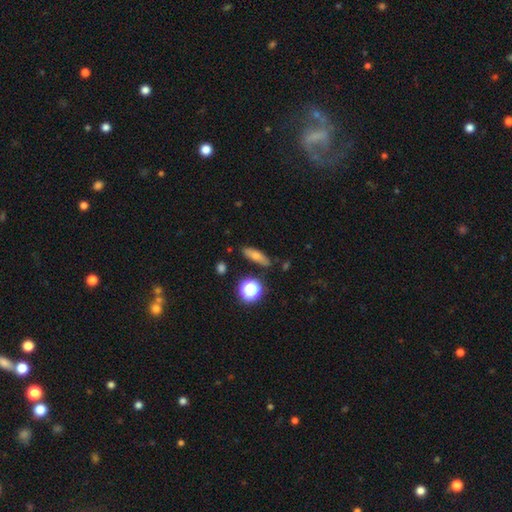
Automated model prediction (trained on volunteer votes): Smooth or featured: smooth — 53% (featured or disk — 24%)
How rounded: cigar-shaped — 48% (in between — 37%)
Merging: none — 84% (minor disturbance — 10%)